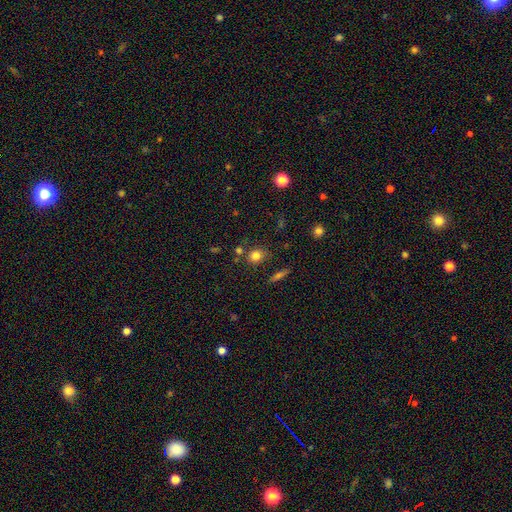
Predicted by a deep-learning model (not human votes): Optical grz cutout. It shows a smooth galaxy with no disk features (79%) that is round (69%). Merging: none (71%).